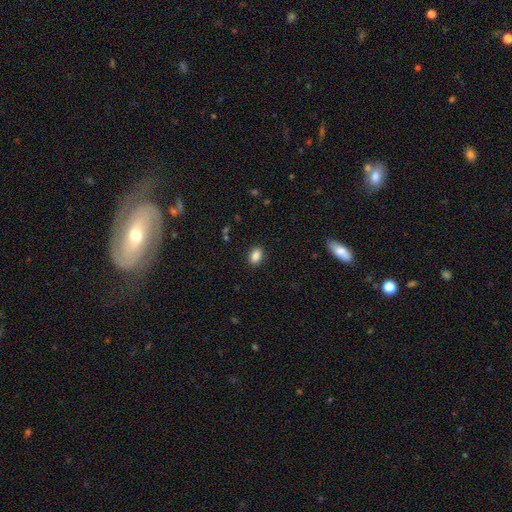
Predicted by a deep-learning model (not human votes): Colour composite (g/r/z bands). It shows a smooth galaxy with no disk features (87%) that is in between round and cigar-shaped (83%). Merging: none (88%).